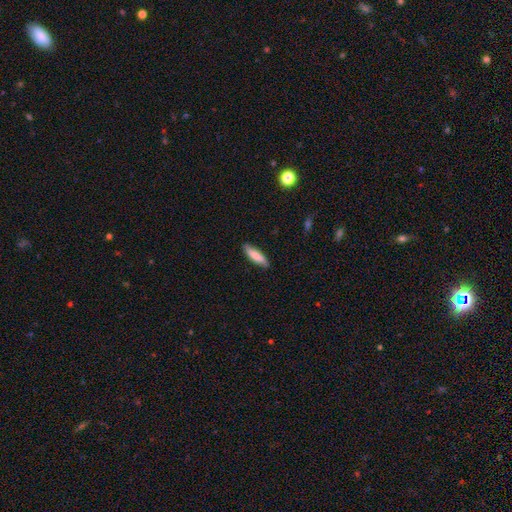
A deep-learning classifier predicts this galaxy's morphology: Overall: smooth (80%). How rounded: cigar-shaped (65%; in between 33%). Merging: none (85%).